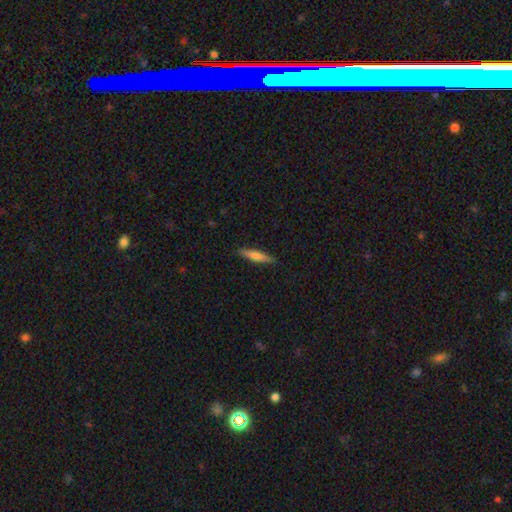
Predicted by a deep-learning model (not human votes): smooth_or_featured: smooth (p=0.59) [alt: featured or disk p=0.35]
how_rounded: cigar-shaped (p=0.87) [alt: in between p=0.11]
merging: none (p=0.90) [alt: minor disturbance p=0.08]